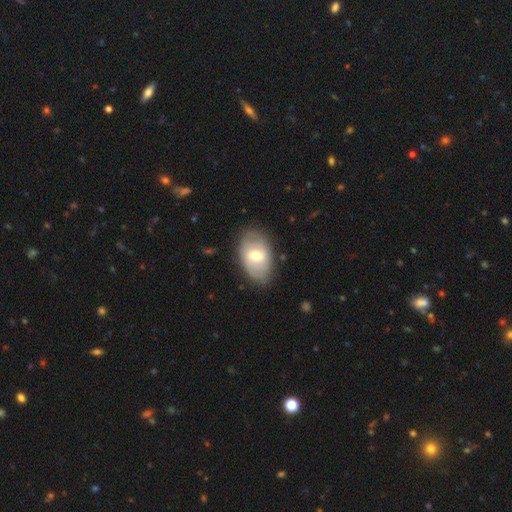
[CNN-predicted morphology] A featured or disk galaxy (50%).

Vote fractions:
- Smooth or featured? featured or disk: 50% / smooth: 44% / star or artifact: 6%
- Merging? none: 77% / minor disturbance: 17% / major disturbance: 4% / merger: 1%